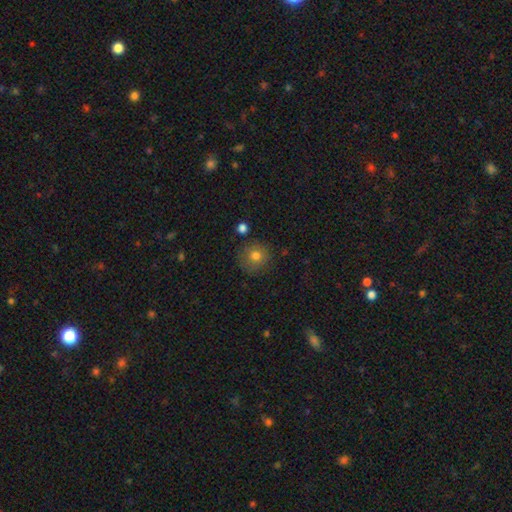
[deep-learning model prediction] A smooth galaxy with no disk features (77%) that is round (92%). Merging: none (82%).